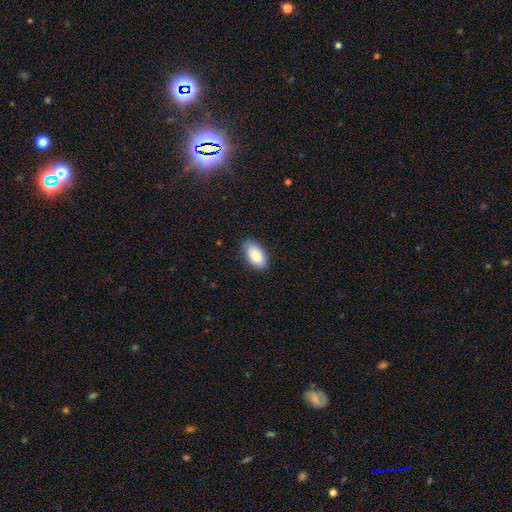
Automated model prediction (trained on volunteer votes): This is clearly a smooth galaxy (88%). How rounded: clearly in between (94%). Merging: clearly none (81%).